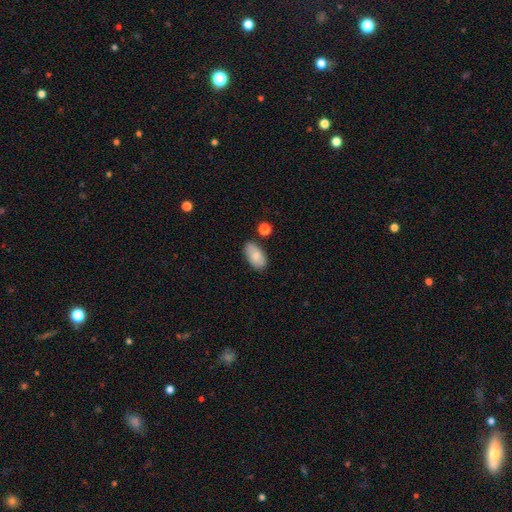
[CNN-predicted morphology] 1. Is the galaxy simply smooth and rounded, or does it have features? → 82% smooth, 11% featured or disk, 7% star or artifact.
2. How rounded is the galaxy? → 94% in between, 4% round, 2% cigar-shaped.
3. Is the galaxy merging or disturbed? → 75% none, 17% minor disturbance, 4% merger, 3% major disturbance.